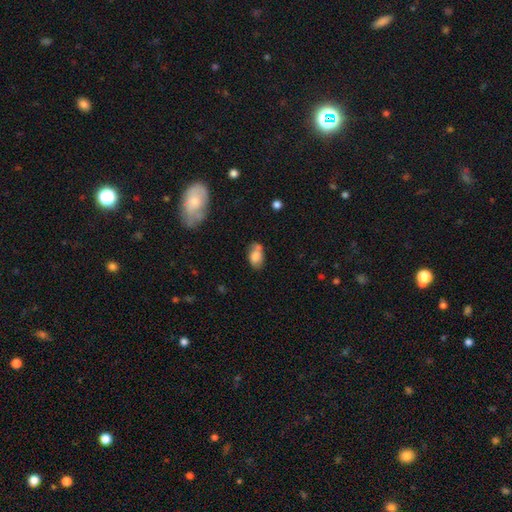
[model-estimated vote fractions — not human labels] Morphology: type=smooth (76%); roundness=in between (89%); merging=none (48%).